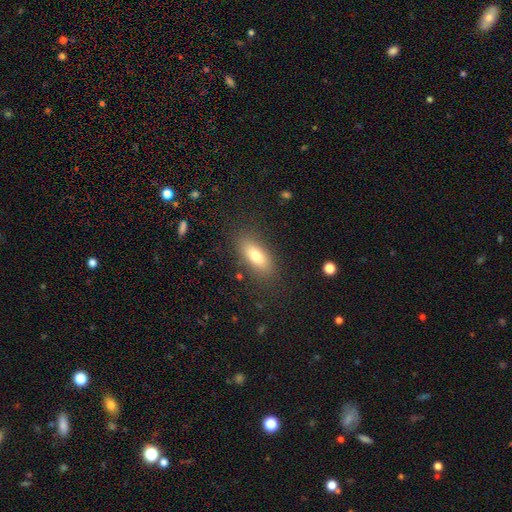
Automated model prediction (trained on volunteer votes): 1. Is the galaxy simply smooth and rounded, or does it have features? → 76% smooth, 16% featured or disk, 8% star or artifact.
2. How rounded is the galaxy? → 76% in between, 21% cigar-shaped, 4% round.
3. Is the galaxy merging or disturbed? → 84% none, 11% minor disturbance, 4% major disturbance, 1% merger.